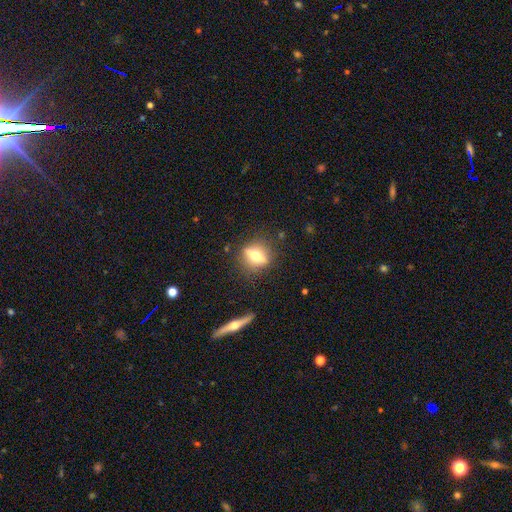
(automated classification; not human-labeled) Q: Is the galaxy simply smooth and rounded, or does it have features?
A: featured or disk — 61%.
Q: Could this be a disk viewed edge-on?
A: yes — 80%.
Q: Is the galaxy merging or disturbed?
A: none — 83%.